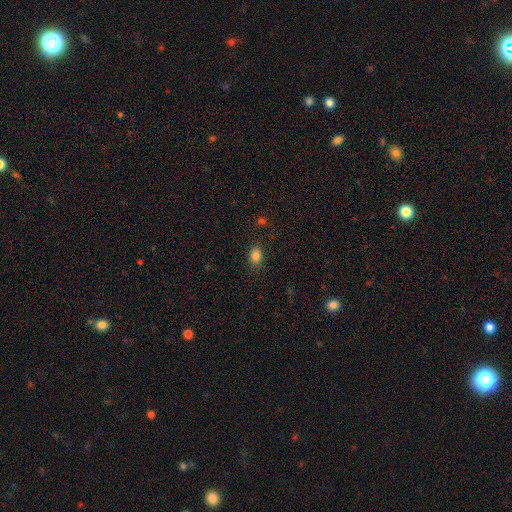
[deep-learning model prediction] This appears to be a smooth galaxy with no disk features (83%) that is in between round and cigar-shaped (75%). Merging: none (83%).